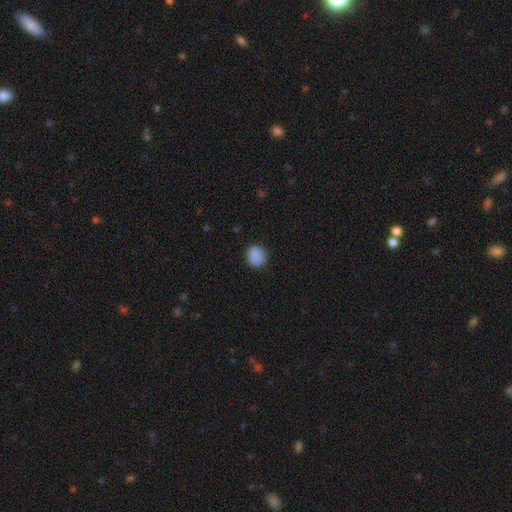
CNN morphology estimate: Smooth or featured? Predicted: smooth (p=0.88). How rounded? Predicted: round (p=0.81). Merging? Predicted: none (p=0.88).